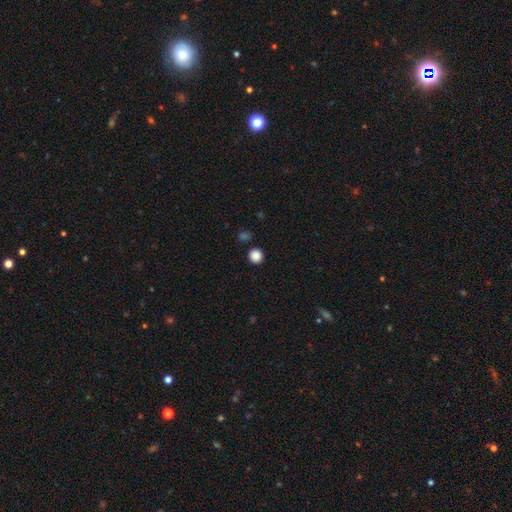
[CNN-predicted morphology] A smooth galaxy with no disk features (87%) that is round (94%).

Vote fractions:
- Smooth or featured? smooth: 87% / star or artifact: 11% / featured or disk: 3%
- How rounded? round: 94% / in between: 5% / cigar-shaped: 1%
- Merging? none: 90% / minor disturbance: 5% / merger: 3% / major disturbance: 2%